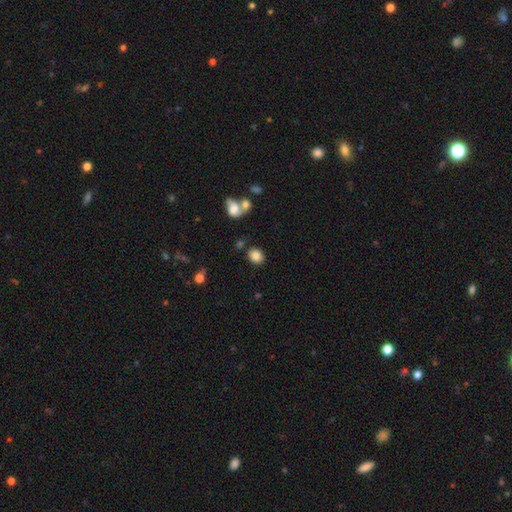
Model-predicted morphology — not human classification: Q: Smooth or featured?
A: smooth (83%); runner-up: star or artifact (10%)
Q: How rounded?
A: round (58%); runner-up: in between (41%)
Q: Merging?
A: none (79%); runner-up: minor disturbance (10%)